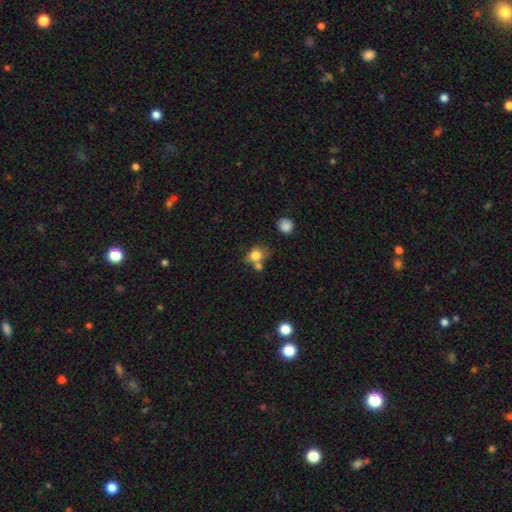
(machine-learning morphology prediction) A smooth galaxy with no disk features (77%) that is round (52%). Merging: none (42%).